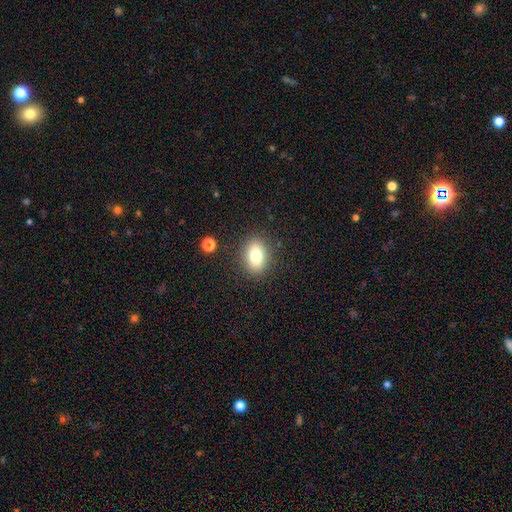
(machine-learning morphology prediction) Smooth or featured? Predicted: smooth (p=0.78). How rounded? Predicted: in between (p=0.74). Merging? Predicted: none (p=0.86).